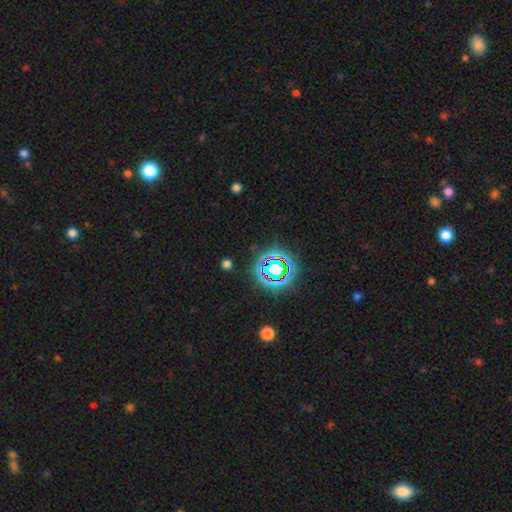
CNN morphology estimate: A star or artifact, not a galaxy (76%).

Vote fractions:
- Smooth or featured? star or artifact: 76% / smooth: 17% / featured or disk: 8%